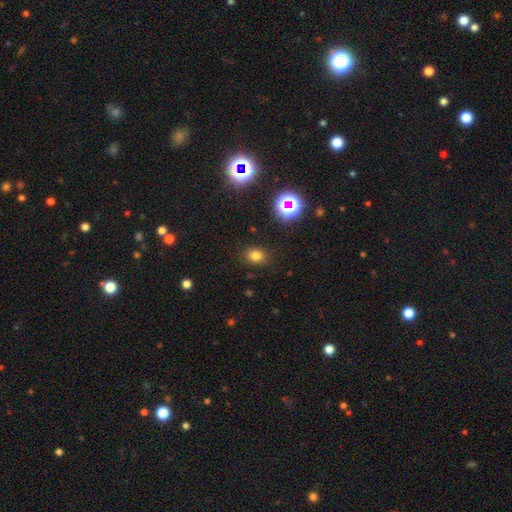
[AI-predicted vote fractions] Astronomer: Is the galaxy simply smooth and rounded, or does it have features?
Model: smooth — 75%.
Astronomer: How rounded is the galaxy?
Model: round — 53% (runner-up: in between, 46%).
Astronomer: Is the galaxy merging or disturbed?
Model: none — 87%.